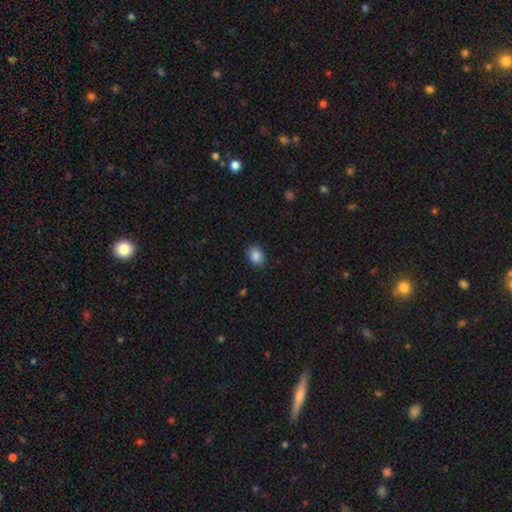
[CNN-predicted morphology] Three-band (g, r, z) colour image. It shows a smooth galaxy with no disk features (88%) that is in between round and cigar-shaped (63%). Merging: none (89%).